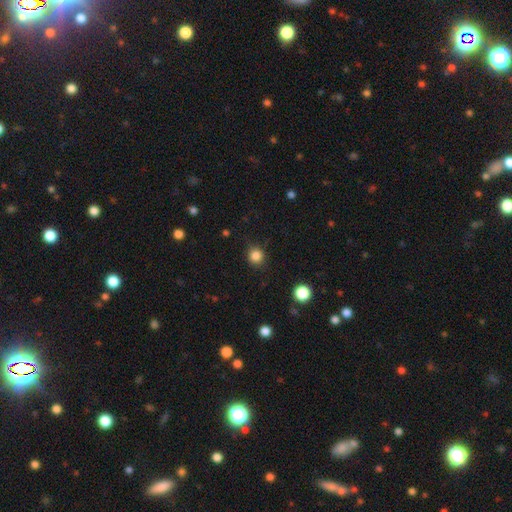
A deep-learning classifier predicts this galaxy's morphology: Smooth or featured? Predicted: smooth (p=0.85). How rounded? Predicted: round (p=0.90). Merging? Predicted: none (p=0.87).